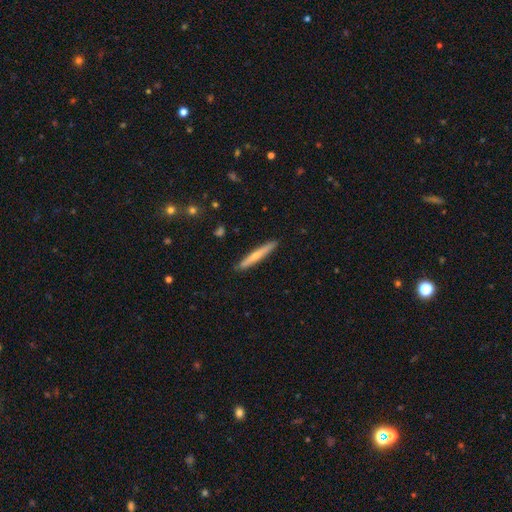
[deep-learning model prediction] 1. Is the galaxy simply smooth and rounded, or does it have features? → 54% smooth, 40% featured or disk, 5% star or artifact.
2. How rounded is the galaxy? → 95% cigar-shaped, 3% in between, 1% round.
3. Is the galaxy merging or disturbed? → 91% none, 7% minor disturbance, 1% major disturbance, 1% merger.